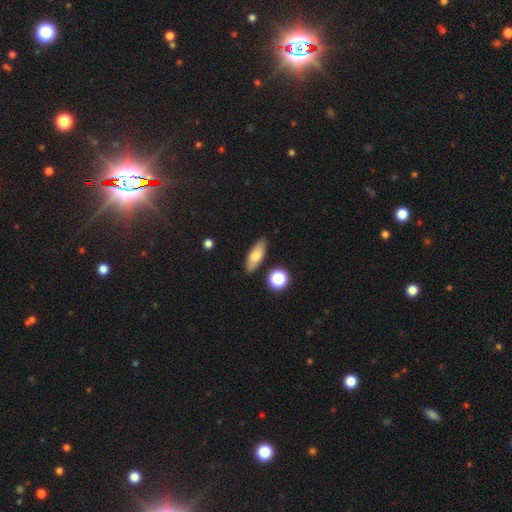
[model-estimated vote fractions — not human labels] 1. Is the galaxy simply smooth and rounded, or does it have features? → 76% smooth, 17% featured or disk, 8% star or artifact.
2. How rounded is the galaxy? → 68% in between, 27% cigar-shaped, 5% round.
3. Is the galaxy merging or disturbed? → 86% none, 9% minor disturbance, 3% merger, 2% major disturbance.